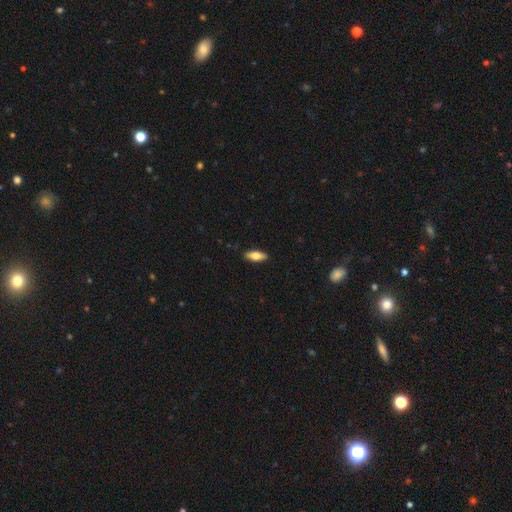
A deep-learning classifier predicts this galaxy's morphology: Q: Smooth or featured?
A: smooth (69%); runner-up: featured or disk (25%)
Q: How rounded?
A: in between (69%); runner-up: cigar-shaped (29%)
Q: Merging?
A: none (89%); runner-up: minor disturbance (8%)